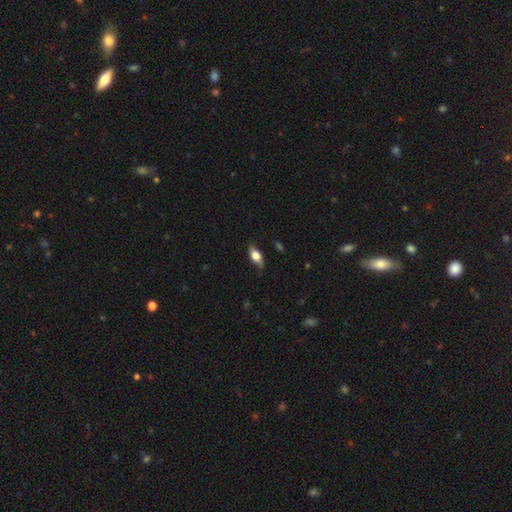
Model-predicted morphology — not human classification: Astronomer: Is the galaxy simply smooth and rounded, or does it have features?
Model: smooth — 61%.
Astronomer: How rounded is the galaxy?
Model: in between — 78%.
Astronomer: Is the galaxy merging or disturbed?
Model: none — 79%.